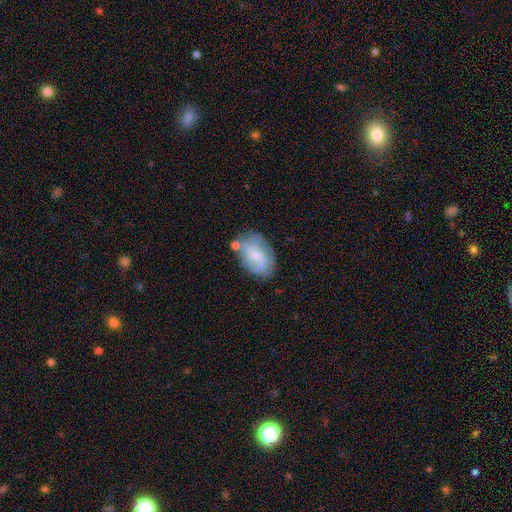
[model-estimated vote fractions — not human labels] Overall: smooth (47%; featured or disk 45%). Merging: none (59%; minor disturbance 24%).